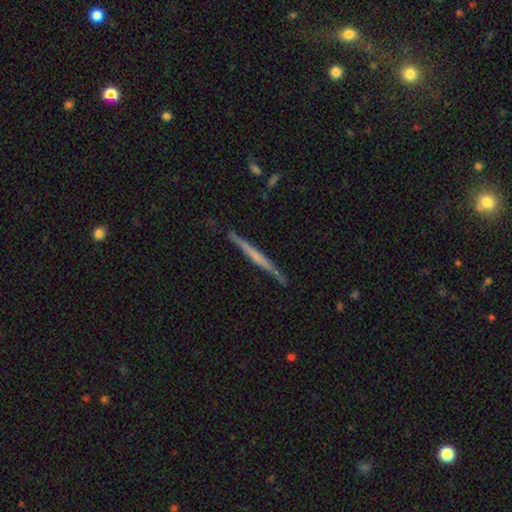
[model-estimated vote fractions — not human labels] This is possibly a featured or disk galaxy (58%). It is clearly viewed edge-on (97%). Edge-on bulge: likely none (74%). Merging: clearly none (86%).